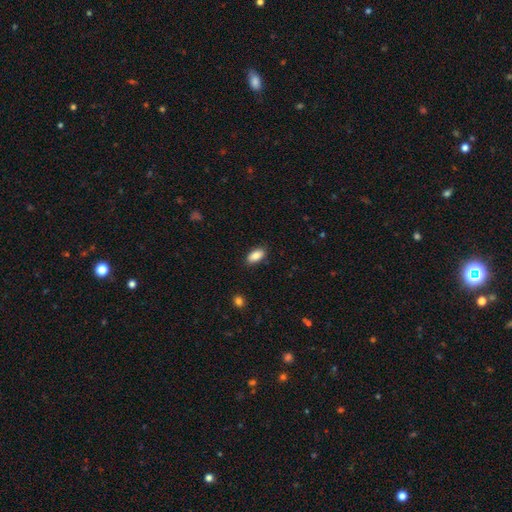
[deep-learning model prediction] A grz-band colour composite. It shows a smooth galaxy with no disk features (87%) that is in between round and cigar-shaped (92%). Merging: none (87%).